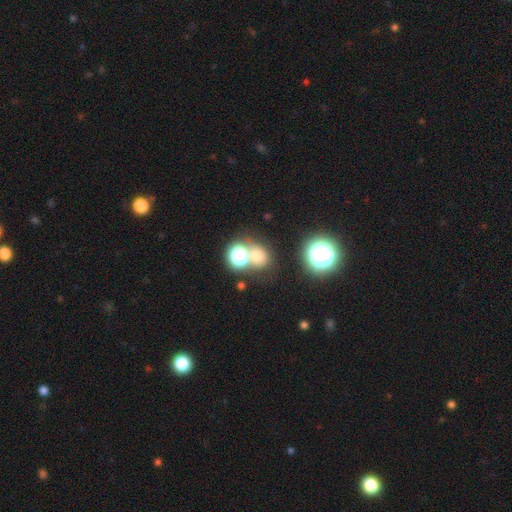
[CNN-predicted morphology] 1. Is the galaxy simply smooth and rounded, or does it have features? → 61% smooth, 30% star or artifact, 9% featured or disk.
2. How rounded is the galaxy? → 80% round, 19% in between, 1% cigar-shaped.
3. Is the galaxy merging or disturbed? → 61% none, 26% merger, 9% minor disturbance, 4% major disturbance.